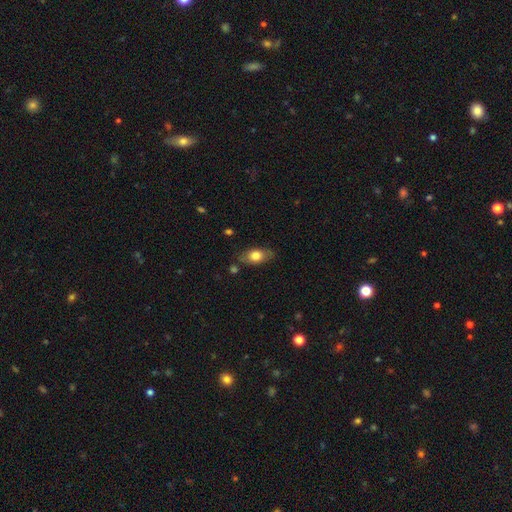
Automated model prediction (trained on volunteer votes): A smooth galaxy with no disk features (74%) that is in between round and cigar-shaped (84%). Merging: none (75%).